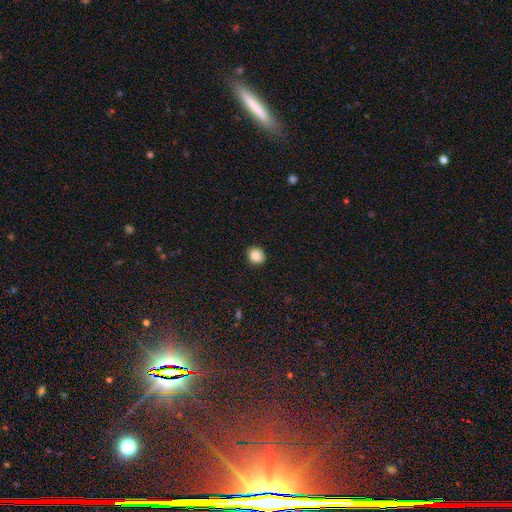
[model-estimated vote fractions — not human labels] Smooth or featured: smooth — 86% (star or artifact — 9%)
How rounded: round — 78% (in between — 21%)
Merging: none — 89% (minor disturbance — 8%)